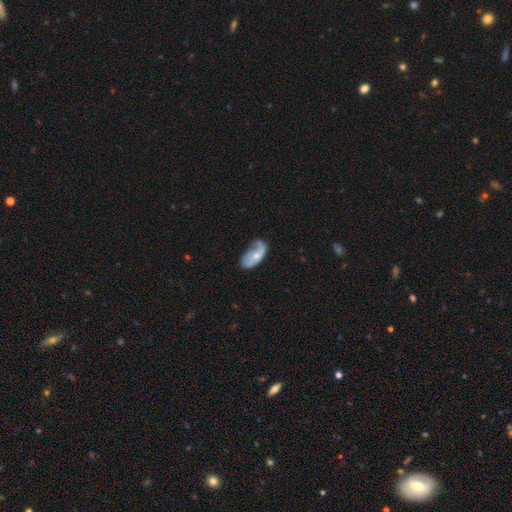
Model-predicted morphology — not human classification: Overall: featured or disk (50%; smooth 44%). Merging: minor disturbance (35%; none 34%).